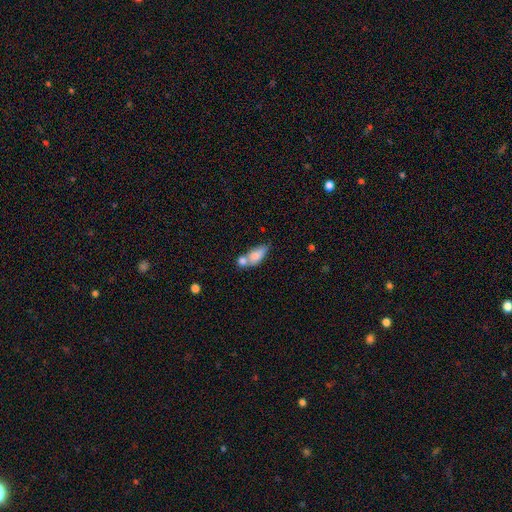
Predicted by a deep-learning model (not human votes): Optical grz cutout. It shows a smooth galaxy with no disk features (77%) that is in between round and cigar-shaped (79%). Merging: merger (48%).